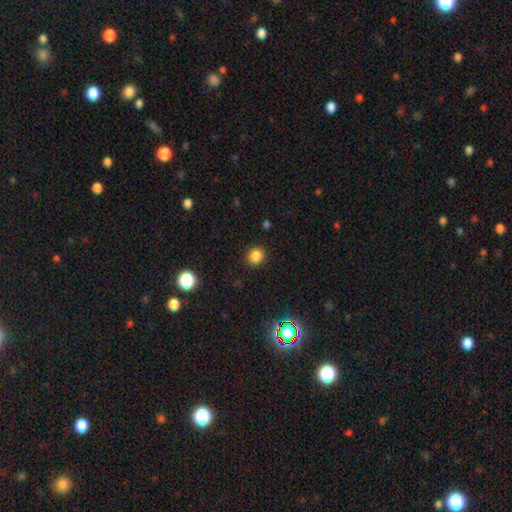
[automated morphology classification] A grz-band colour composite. It shows a smooth galaxy with no disk features (83%) that is round (85%). Merging: none (90%).